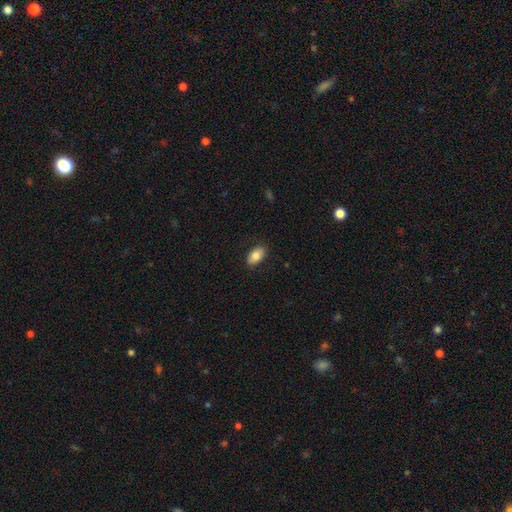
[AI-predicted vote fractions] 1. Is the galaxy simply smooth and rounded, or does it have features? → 82% smooth, 11% featured or disk, 7% star or artifact.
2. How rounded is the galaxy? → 93% in between, 5% round, 2% cigar-shaped.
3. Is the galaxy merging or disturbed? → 88% none, 9% minor disturbance, 2% major disturbance, 1% merger.